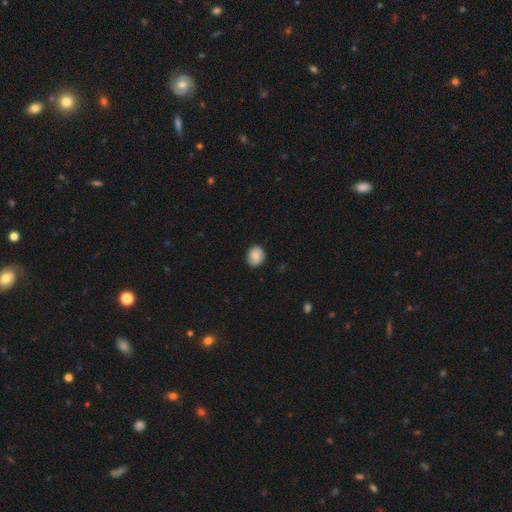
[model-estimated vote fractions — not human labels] smooth-or-featured: smooth: 78% | featured or disk: 15% | star or artifact: 8%
  how-rounded: round: 65% | in between: 34% | cigar-shaped: 1%
  merging: none: 83% | minor disturbance: 13% | major disturbance: 2% | merger: 1%